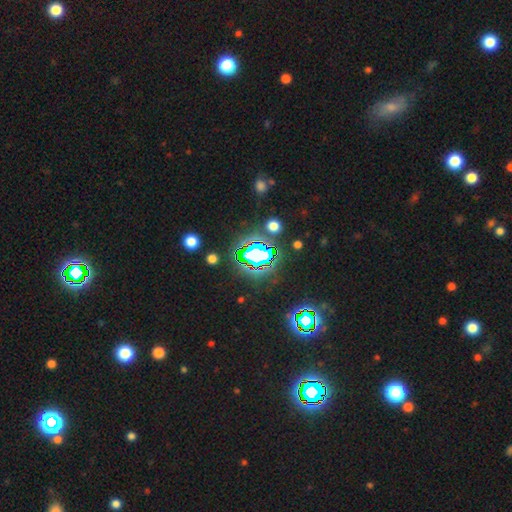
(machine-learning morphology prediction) This is likely a star or artifact rather than a galaxy (73%).